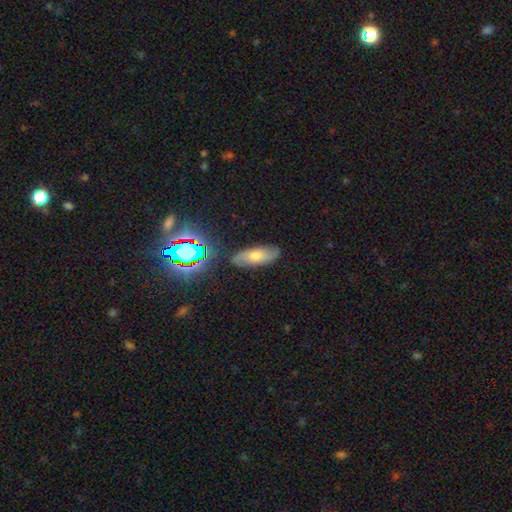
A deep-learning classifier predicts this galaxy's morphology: This appears to be a smooth galaxy with no disk features (47%). Merging: none (81%).